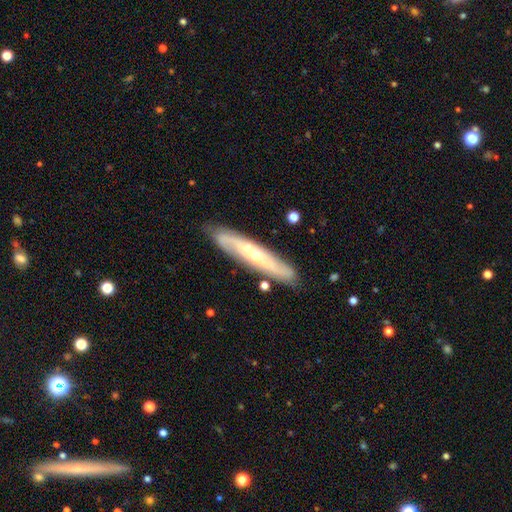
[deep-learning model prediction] This is likely a featured or disk galaxy (65%). It is possibly viewed edge-on (53%). Merging: likely none (79%).